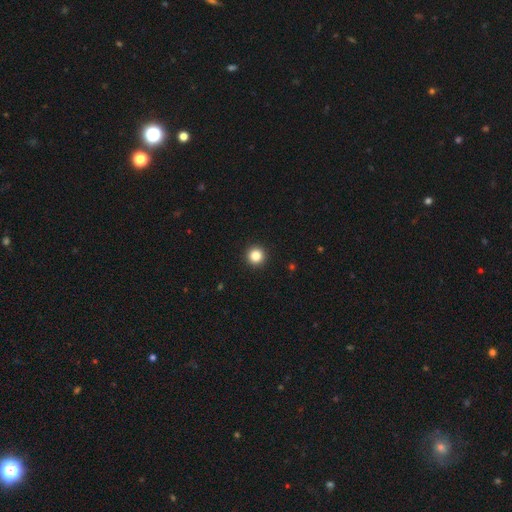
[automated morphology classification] Smooth or featured?
  - smooth: 85% *
  - star or artifact: 11%
  - featured or disk: 4%
How rounded?
  - round: 96% *
  - in between: 3%
  - cigar-shaped: 1%
Merging?
  - none: 94% *
  - minor disturbance: 4%
  - major disturbance: 1%
  - merger: 1%